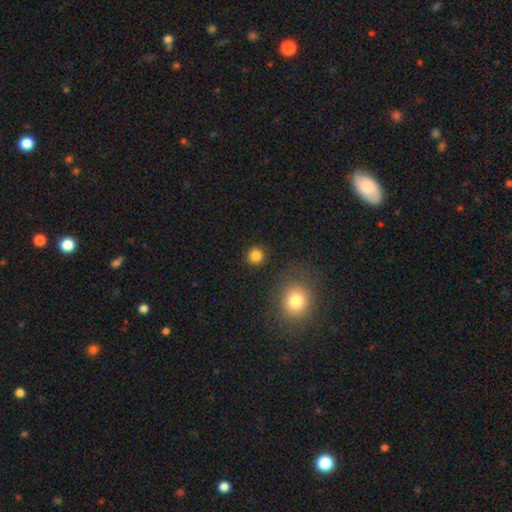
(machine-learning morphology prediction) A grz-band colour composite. It shows a smooth galaxy with no disk features (84%) that is round (94%). Merging: none (90%).